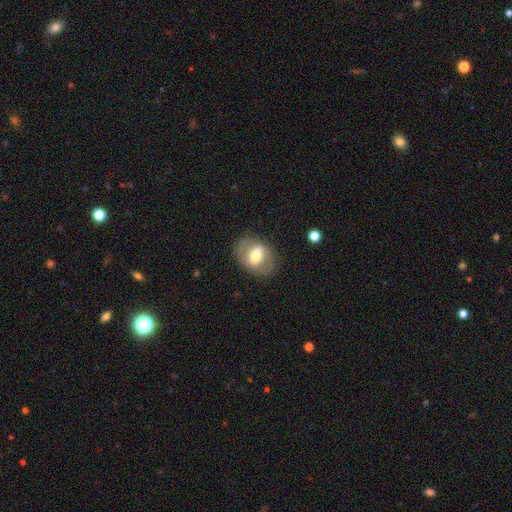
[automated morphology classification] This is possibly a featured or disk galaxy (54%). It is clearly not viewed edge-on (93%). Merging: likely none (78%).